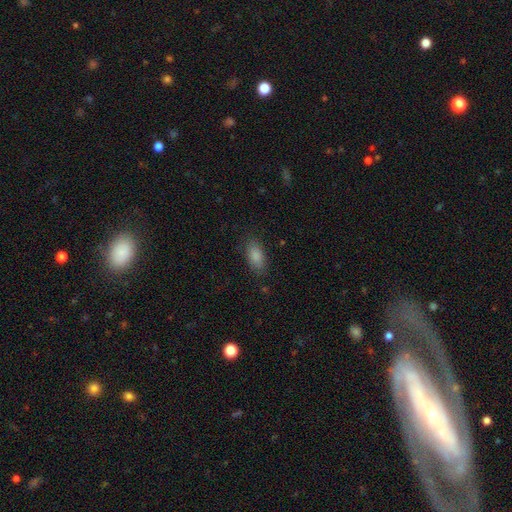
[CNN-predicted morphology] Smooth or featured? Predicted: smooth (p=0.87). How rounded? Predicted: in between (p=0.90). Merging? Predicted: none (p=0.82).